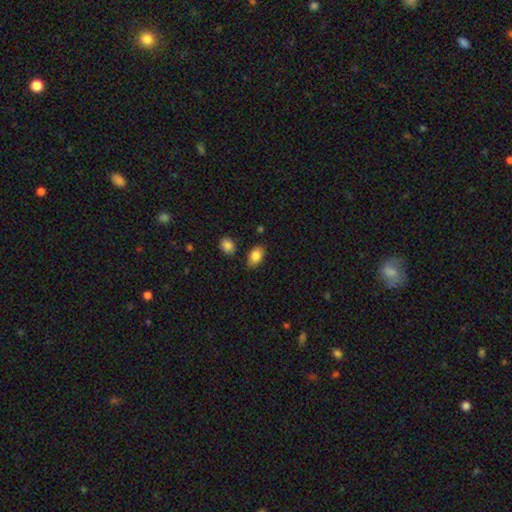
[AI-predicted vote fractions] Smooth or featured? Predicted: smooth (p=0.85). How rounded? Predicted: in between (p=0.86). Merging? Predicted: none (p=0.77).